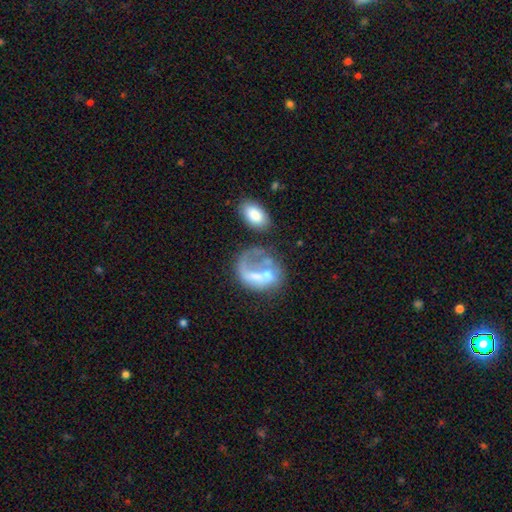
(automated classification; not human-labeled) Smooth or featured?
  - featured or disk: 52% *
  - smooth: 35%
  - star or artifact: 13%
Edge-on disk?
  - no: 96% *
  - yes: 4%
Merging?
  - major disturbance: 33% *
  - none: 26%
  - merger: 26%
  - minor disturbance: 14%